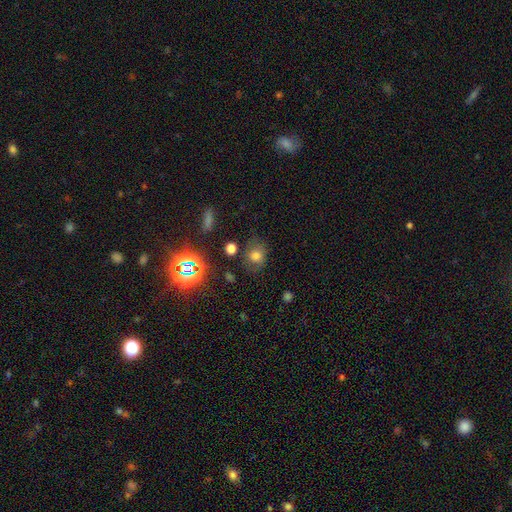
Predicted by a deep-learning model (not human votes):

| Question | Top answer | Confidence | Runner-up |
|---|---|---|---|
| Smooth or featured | smooth | 70% | star or artifact (19%) |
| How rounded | round | 59% | in between (39%) |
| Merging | none | 69% | minor disturbance (19%) |